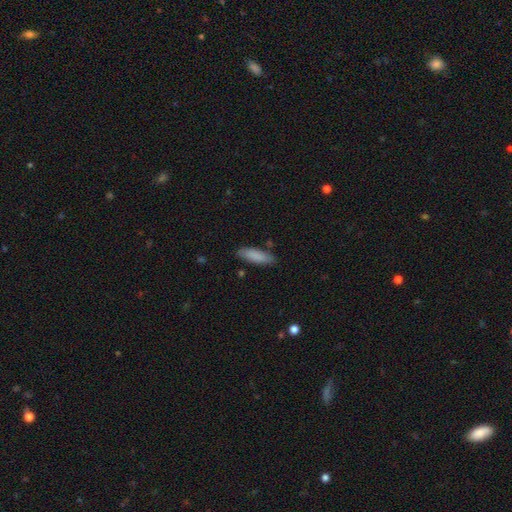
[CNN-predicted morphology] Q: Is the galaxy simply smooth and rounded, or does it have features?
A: smooth — 87%.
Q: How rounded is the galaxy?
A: cigar-shaped — 49%, tied with in between.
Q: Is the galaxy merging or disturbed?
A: none — 82%.